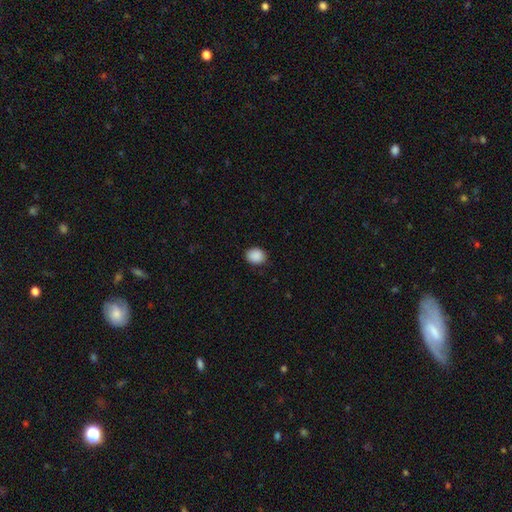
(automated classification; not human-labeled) A smooth galaxy with no disk features (89%) that is round (57%).

Vote fractions:
- Smooth or featured? smooth: 89% / star or artifact: 8% / featured or disk: 2%
- How rounded? round: 57% / in between: 42% / cigar-shaped: 1%
- Merging? none: 86% / minor disturbance: 11% / major disturbance: 2% / merger: 1%